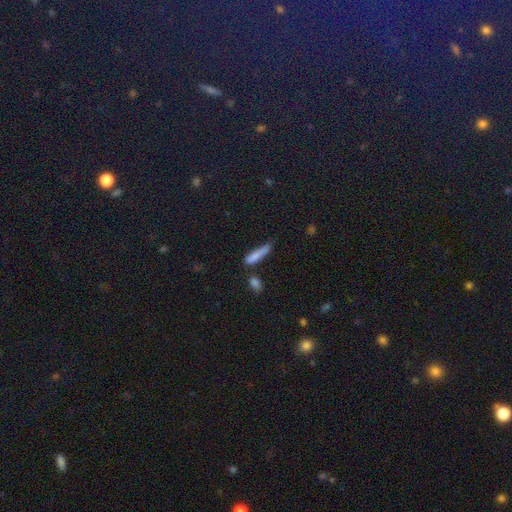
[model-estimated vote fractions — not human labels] Smooth or featured? Predicted: smooth (p=0.80). How rounded? Predicted: cigar-shaped (p=0.80). Merging? Predicted: none (p=0.53).